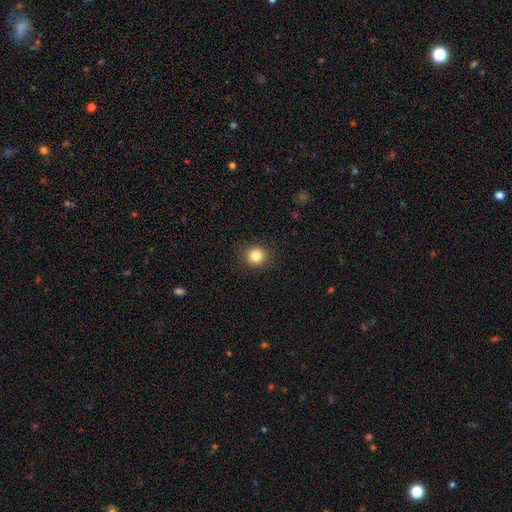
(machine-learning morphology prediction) A smooth galaxy with no disk features (84%) that is round (86%).

Vote fractions:
- Smooth or featured? smooth: 84% / star or artifact: 11% / featured or disk: 5%
- How rounded? round: 86% / in between: 13% / cigar-shaped: 1%
- Merging? none: 91% / minor disturbance: 6% / major disturbance: 2% / merger: 1%